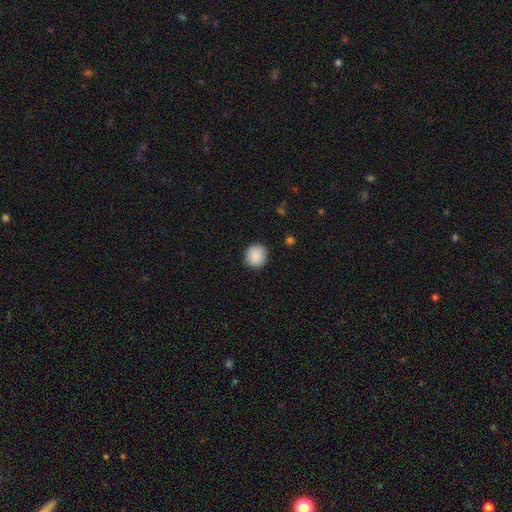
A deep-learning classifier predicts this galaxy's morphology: This is clearly a smooth galaxy (89%). How rounded: clearly round (91%). Merging: clearly none (89%).